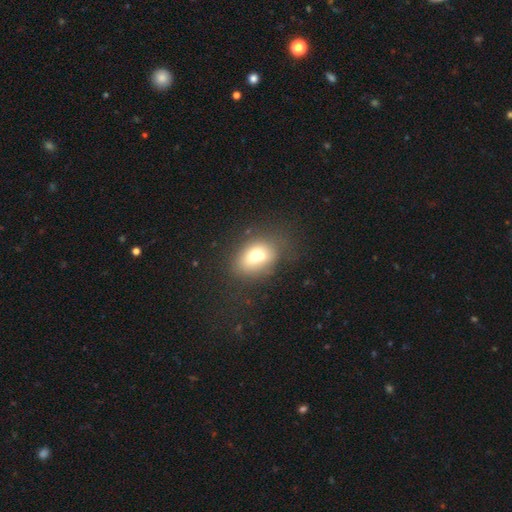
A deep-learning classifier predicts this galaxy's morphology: A smooth galaxy with no disk features (66%) that is in between round and cigar-shaped (69%). Merging: none (47%).